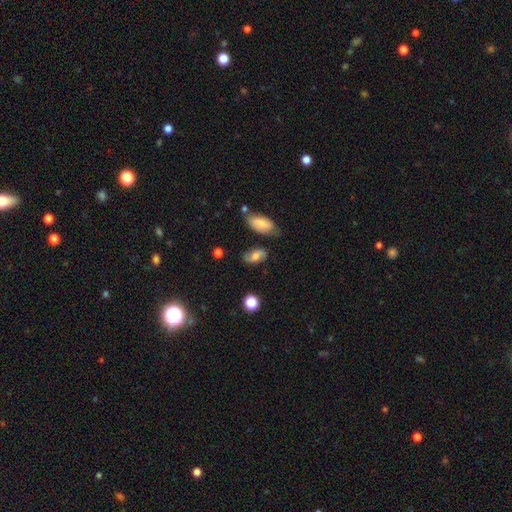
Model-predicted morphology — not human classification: Smooth or featured?
  - smooth: 55% *
  - featured or disk: 36%
  - star or artifact: 10%
How rounded?
  - in between: 88% *
  - round: 8%
  - cigar-shaped: 4%
Merging?
  - none: 67% *
  - minor disturbance: 22%
  - major disturbance: 7%
  - merger: 4%